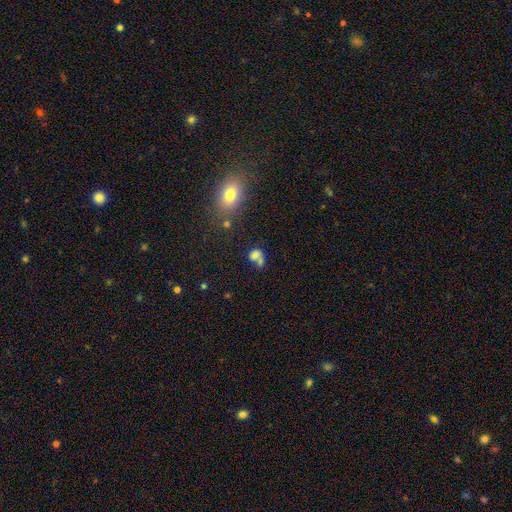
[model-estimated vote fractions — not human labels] smooth_or_featured: smooth (p=0.70) [alt: star or artifact p=0.16]
how_rounded: in between (p=0.60) [alt: round p=0.38]
merging: merger (p=0.47) [alt: none p=0.31]